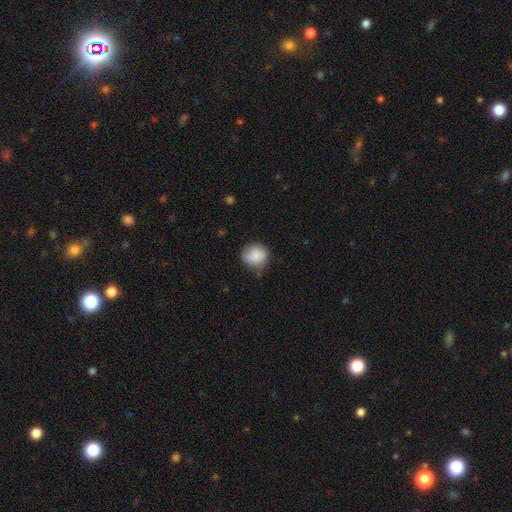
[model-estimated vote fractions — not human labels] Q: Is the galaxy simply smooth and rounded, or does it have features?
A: smooth — 82%.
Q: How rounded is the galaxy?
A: round — 86%.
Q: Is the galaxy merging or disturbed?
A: none — 63%.